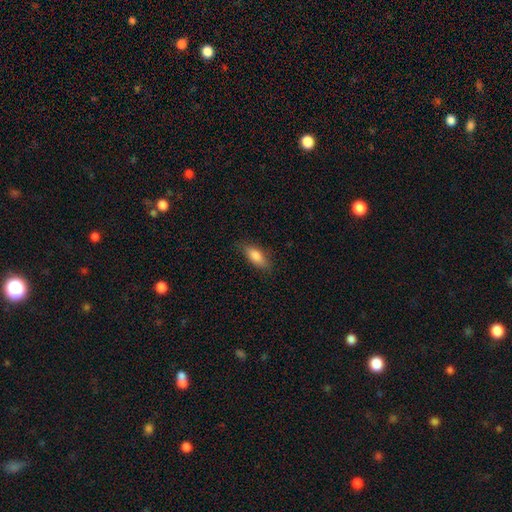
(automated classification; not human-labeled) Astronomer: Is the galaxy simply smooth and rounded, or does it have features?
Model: smooth — 81%.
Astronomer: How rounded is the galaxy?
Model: in between — 75%.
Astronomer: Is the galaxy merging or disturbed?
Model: none — 81%.